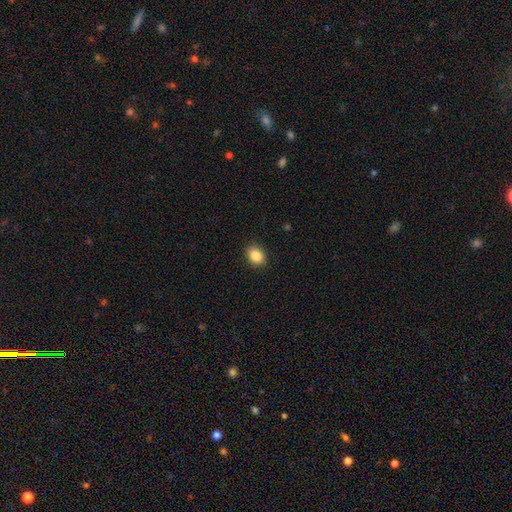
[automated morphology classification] The model was most divided on "how rounded": in between: 69%, round: 30%, cigar-shaped: 1%. More confident: merging — none (89%); smooth or featured — smooth (87%).